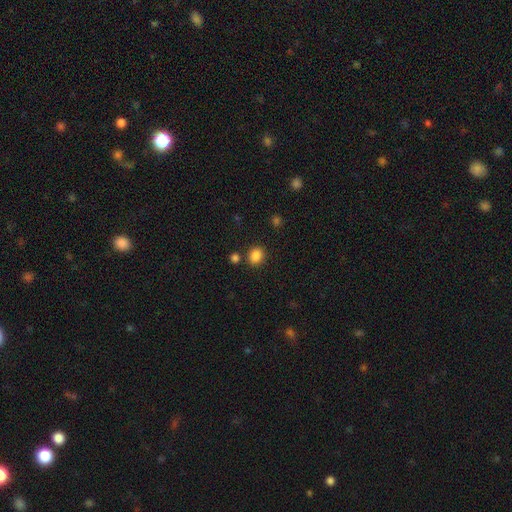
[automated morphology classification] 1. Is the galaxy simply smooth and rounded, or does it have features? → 86% smooth, 11% star or artifact, 3% featured or disk.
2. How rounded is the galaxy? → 66% round, 33% in between, 1% cigar-shaped.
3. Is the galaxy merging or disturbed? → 82% none, 8% minor disturbance, 6% merger, 3% major disturbance.